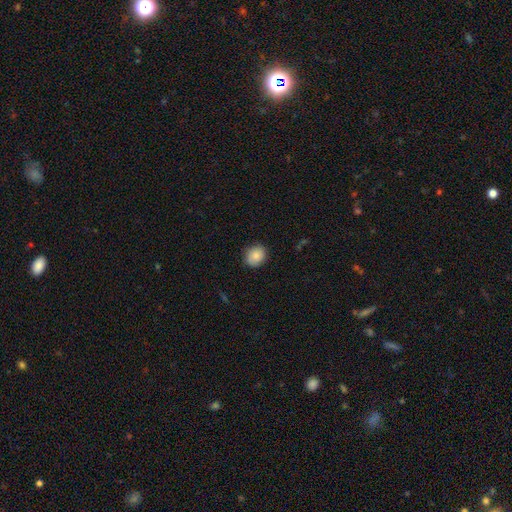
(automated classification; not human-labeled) smooth-or-featured: smooth: 86% | star or artifact: 8% | featured or disk: 6%
  how-rounded: round: 68% | in between: 31% | cigar-shaped: 1%
  merging: none: 84% | minor disturbance: 13% | major disturbance: 2% | merger: 1%